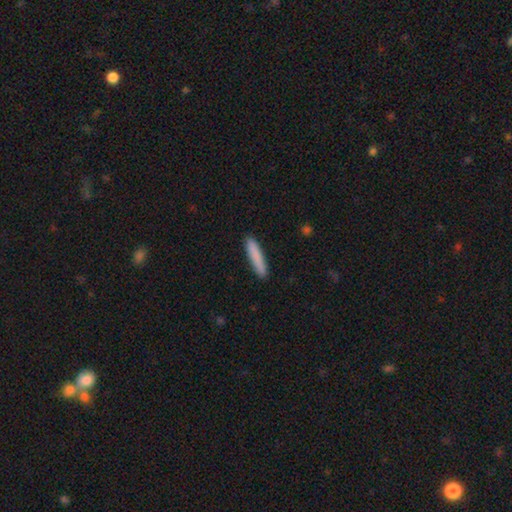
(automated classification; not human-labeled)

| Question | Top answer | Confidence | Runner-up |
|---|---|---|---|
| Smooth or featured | smooth | 86% | featured or disk (8%) |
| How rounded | cigar-shaped | 90% | in between (9%) |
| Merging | none | 90% | minor disturbance (8%) |